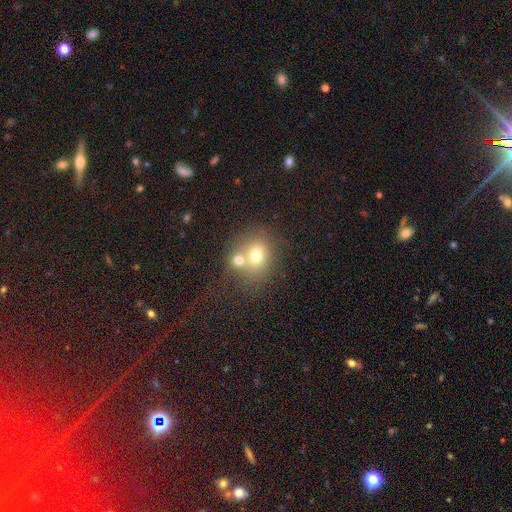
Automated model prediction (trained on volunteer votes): Overall: smooth (69%). How rounded: round (65%; in between 34%). Merging: merger (45%; none 41%).